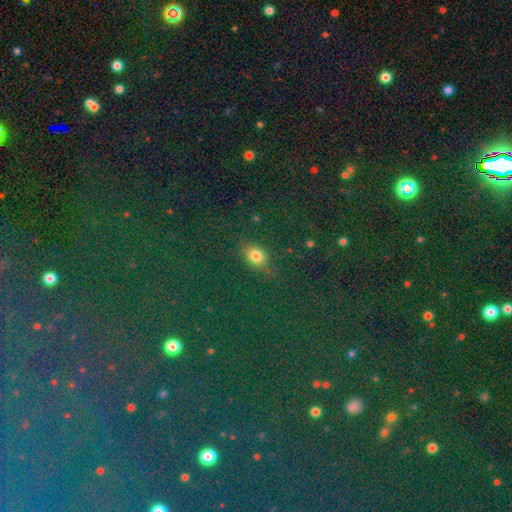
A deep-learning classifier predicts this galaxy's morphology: type=smooth (72%); roundness=in between (62%); merging=none (78%).